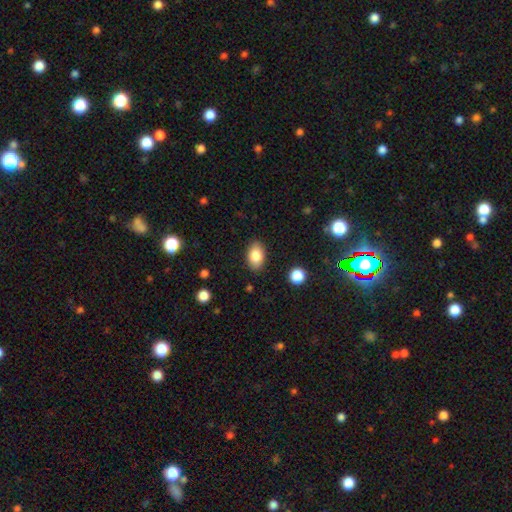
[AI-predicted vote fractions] The model was most divided on "smooth or featured": smooth: 83%, featured or disk: 9%, star or artifact: 8%. More confident: how rounded — in between (89%); merging — none (86%).